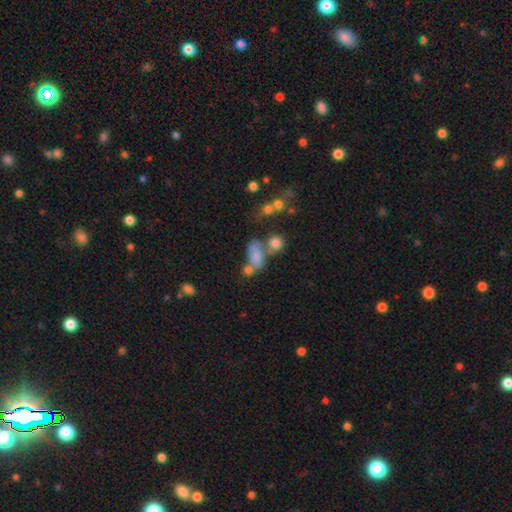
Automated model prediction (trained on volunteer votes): This appears to be a smooth galaxy with no disk features (62%) that is in between round and cigar-shaped (80%). Merging: merger (46%).